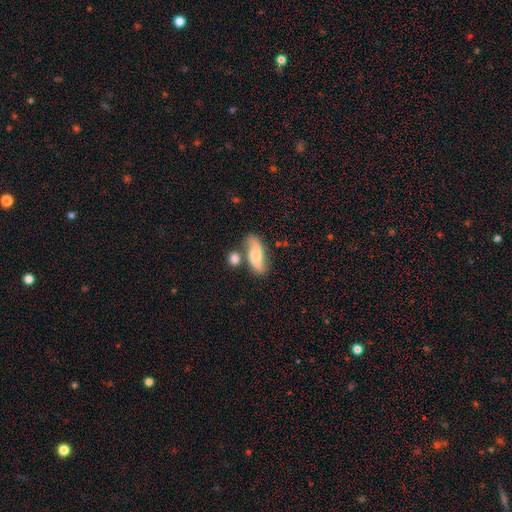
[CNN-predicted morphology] Q: Smooth or featured?
A: featured or disk (62%); runner-up: smooth (30%)
Q: Edge-on disk?
A: no (91%); runner-up: yes (9%)
Q: Bar?
A: no (53%); runner-up: weak (34%)
Q: Spiral arms?
A: yes (92%); runner-up: no (8%)
Q: Spiral winding?
A: loose (77%); runner-up: medium (17%)
Q: Spiral arm count?
A: 2 (91%); runner-up: 1 (3%)
Q: Bulge size?
A: moderate (29%); runner-up: none (26%)
Q: Merging?
A: none (55%); runner-up: merger (20%)